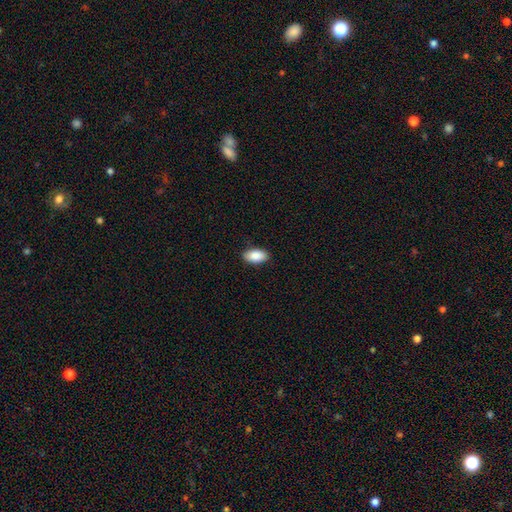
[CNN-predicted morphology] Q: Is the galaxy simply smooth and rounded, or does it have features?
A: smooth — 89%.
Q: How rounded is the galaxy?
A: in between — 94%.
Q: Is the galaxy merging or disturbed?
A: none — 89%.